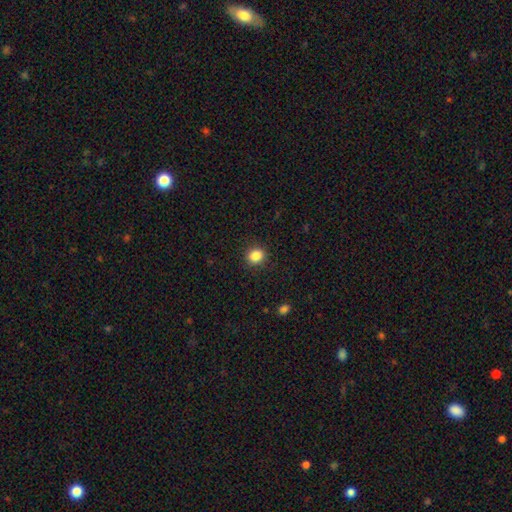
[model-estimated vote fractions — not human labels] The model was most divided on "how rounded": round: 68%, in between: 31%, cigar-shaped: 1%. More confident: merging — none (90%); smooth or featured — smooth (86%).